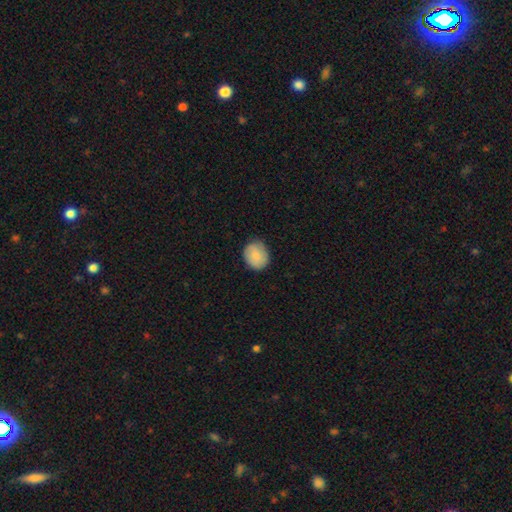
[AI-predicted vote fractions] Q: Smooth or featured?
A: smooth (82%); runner-up: featured or disk (11%)
Q: How rounded?
A: round (69%); runner-up: in between (30%)
Q: Merging?
A: none (80%); runner-up: minor disturbance (16%)